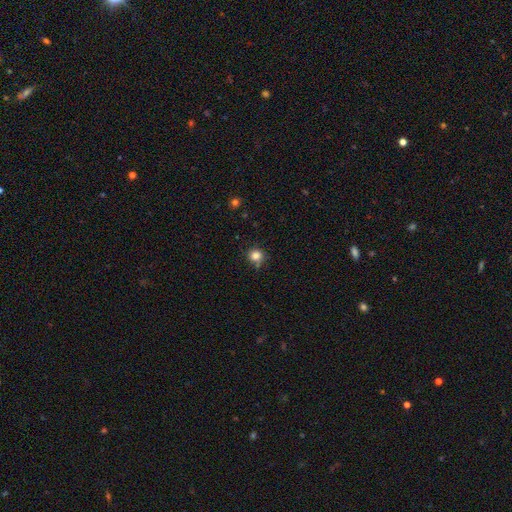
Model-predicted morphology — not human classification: Smooth or featured? smooth (83%)
How rounded? round (89%)
Merging? none (77%)